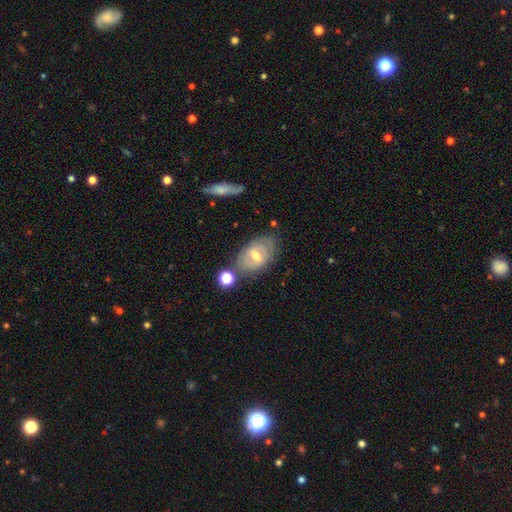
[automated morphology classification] Smooth or featured? featured or disk (61%)
Edge-on disk? no (91%)
Bar? weak (50%)
Spiral arms? yes (60%)
Bulge size? moderate (66%)
Merging? none (63%)